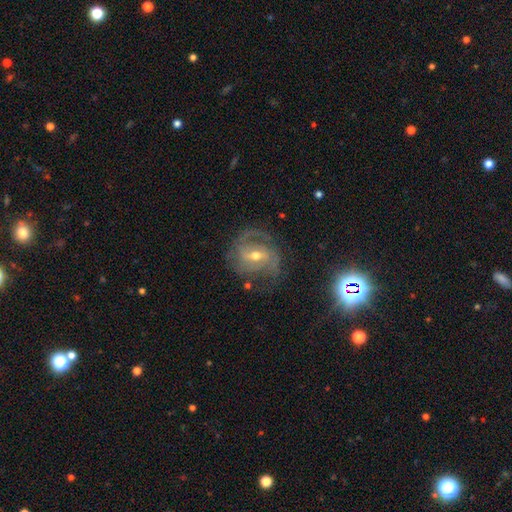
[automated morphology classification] smooth-or-featured: featured or disk: 83% | smooth: 9% | star or artifact: 8%
  disk-edge-on: no: 97% | yes: 3%
    bar: weak: 47% | strong: 31% | no: 22%
    has-spiral-arms: yes: 93% | no: 7%
      spiral-winding: medium: 48% | tight: 33% | loose: 20%
      spiral-arm-count: 2: 59% | can't tell: 15% | 3: 12% | 1: 8% | 4: 3% | more than 4: 2%
    bulge-size: moderate: 62% | small: 34% | large: 2% | none: 1% | dominant: 1%
  merging: none: 63% | minor disturbance: 20% | major disturbance: 15% | merger: 2%